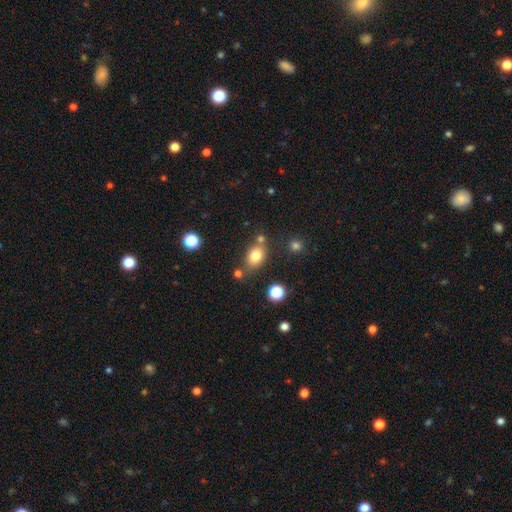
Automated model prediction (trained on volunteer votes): A smooth galaxy with no disk features (79%) that is in between round and cigar-shaped (70%).

Vote fractions:
- Smooth or featured? smooth: 79% / star or artifact: 11% / featured or disk: 9%
- How rounded? in between: 70% / round: 28% / cigar-shaped: 2%
- Merging? none: 67% / minor disturbance: 15% / merger: 14% / major disturbance: 5%